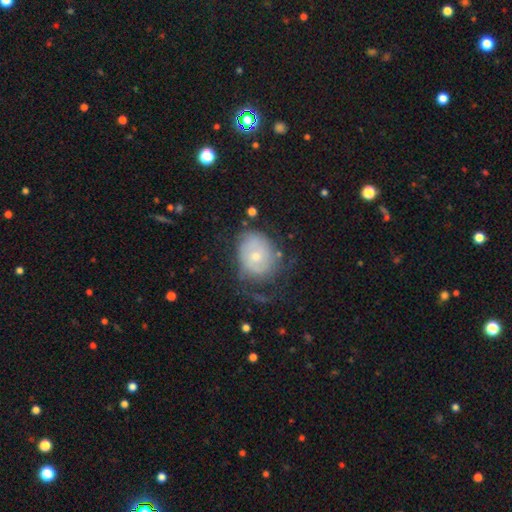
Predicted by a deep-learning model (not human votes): A featured or disk galaxy (56%) with no bar (79%), spiral arms (67%) and a small central bulge (59%).

Vote fractions:
- Smooth or featured? featured or disk: 56% / smooth: 36% / star or artifact: 8%
- Edge-on disk? no: 97% / yes: 3%
- Bar? no: 79% / weak: 18% / strong: 3%
- Spiral arms? yes: 67% / no: 33%
- Bulge size? small: 59% / moderate: 37% / large: 2% / none: 1% / dominant: 1%
- Merging? none: 46% / minor disturbance: 28% / major disturbance: 23% / merger: 3%